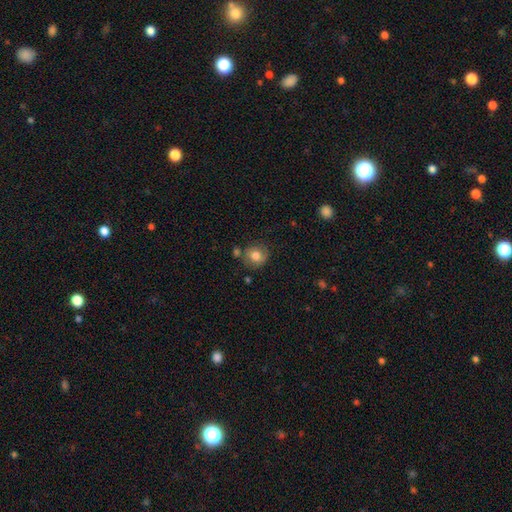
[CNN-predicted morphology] Smooth or featured: smooth — 75% (featured or disk — 16%)
How rounded: round — 81% (in between — 18%)
Merging: none — 69% (minor disturbance — 18%)